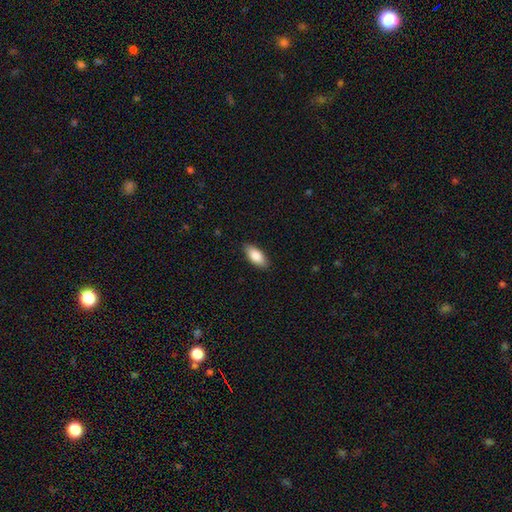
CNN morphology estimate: type=smooth (85%); roundness=in between (88%); merging=none (87%).